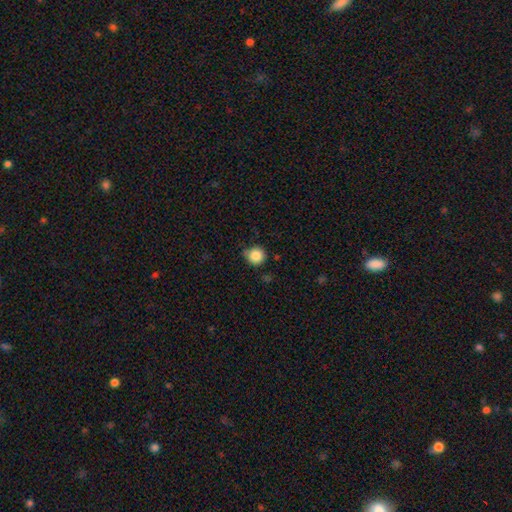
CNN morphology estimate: A smooth galaxy with no disk features (86%) that is round (94%). Merging: none (77%).